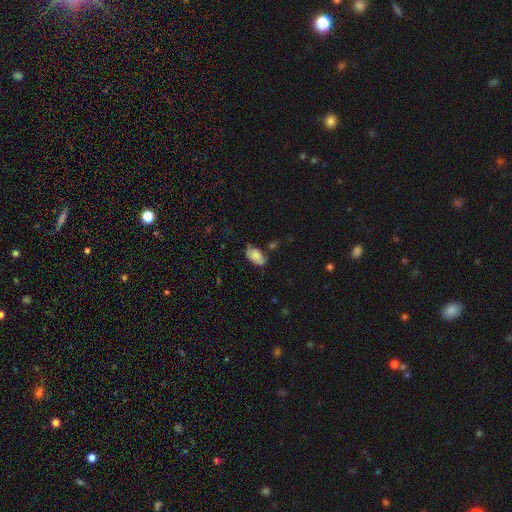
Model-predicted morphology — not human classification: The model was most divided on "merging": none: 66%, minor disturbance: 24%, major disturbance: 6%, merger: 5%. More confident: how rounded — in between (93%); smooth or featured — smooth (81%).